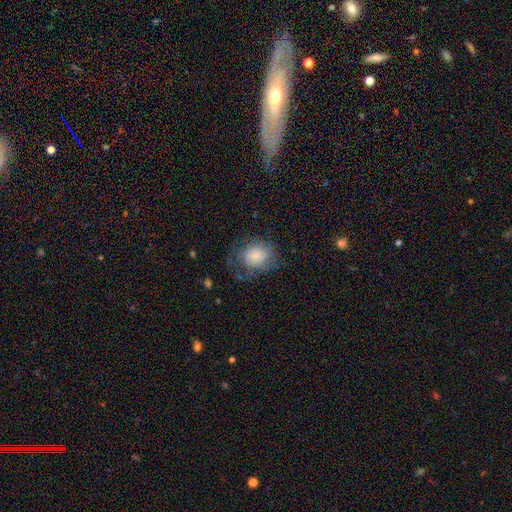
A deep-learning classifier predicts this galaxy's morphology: The model was most divided on "how rounded": round: 57%, in between: 42%, cigar-shaped: 1%. More confident: smooth or featured — smooth (71%); merging — none (53%).